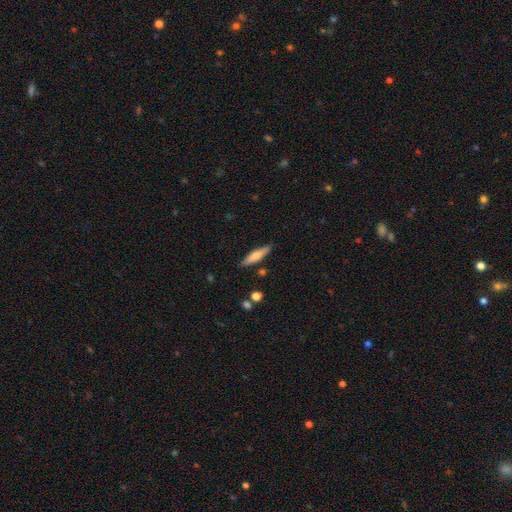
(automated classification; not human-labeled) Q: Smooth or featured?
A: smooth (62%); runner-up: featured or disk (32%)
Q: How rounded?
A: cigar-shaped (81%); runner-up: in between (18%)
Q: Merging?
A: none (86%); runner-up: minor disturbance (10%)